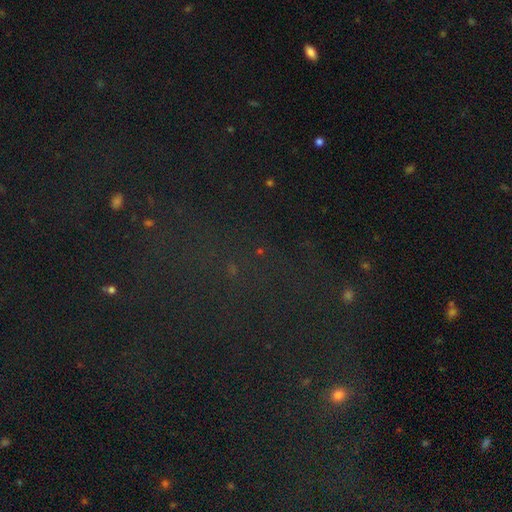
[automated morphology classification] A star or artifact, not a galaxy (73%).